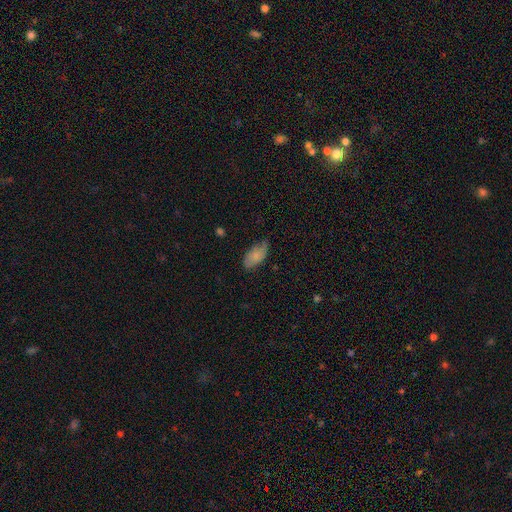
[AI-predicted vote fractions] Smooth or featured: smooth — 78% (featured or disk — 15%)
How rounded: in between — 93% (cigar-shaped — 4%)
Merging: none — 59% (minor disturbance — 32%)